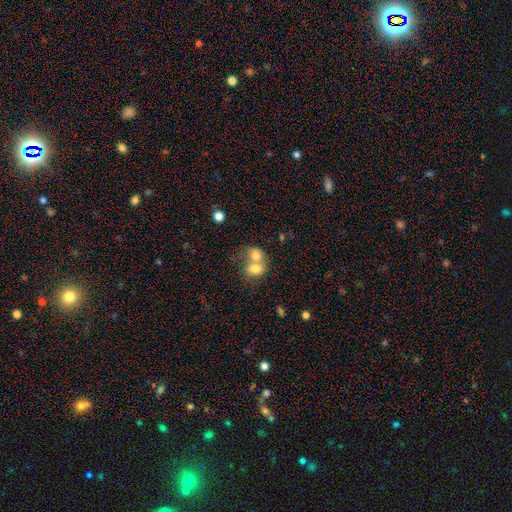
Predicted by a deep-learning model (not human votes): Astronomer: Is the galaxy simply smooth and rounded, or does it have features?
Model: smooth — 72%.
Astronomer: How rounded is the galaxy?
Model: in between — 60% (runner-up: round, 39%).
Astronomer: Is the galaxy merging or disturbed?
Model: merger — 76%.